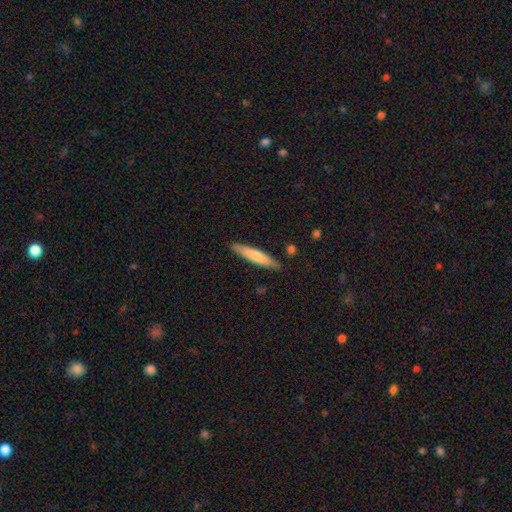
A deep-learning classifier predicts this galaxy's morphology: type=smooth (73%); roundness=cigar-shaped (90%); merging=none (87%).